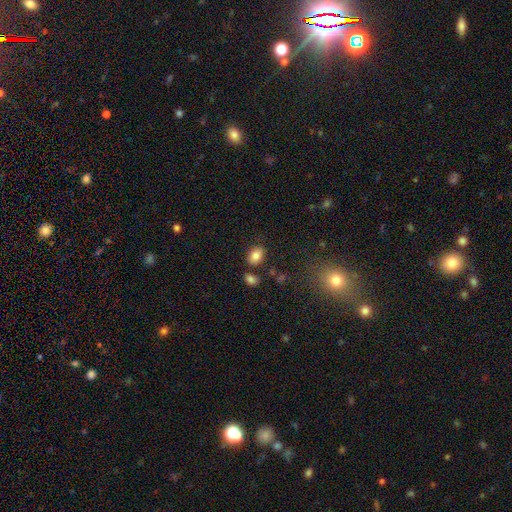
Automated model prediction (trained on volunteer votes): smooth_or_featured: smooth (p=0.83) [alt: star or artifact p=0.09]
how_rounded: in between (p=0.81) [alt: round p=0.18]
merging: none (p=0.76) [alt: minor disturbance p=0.12]